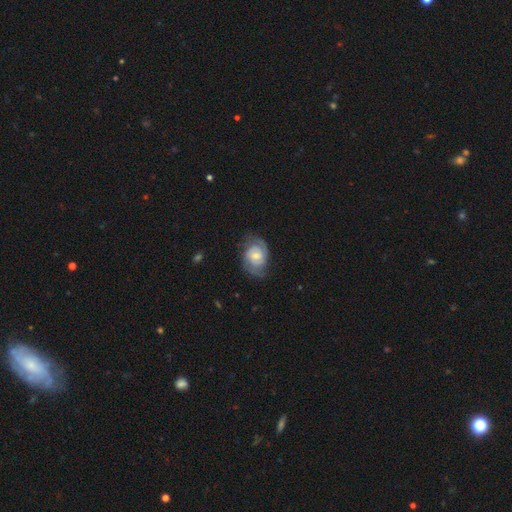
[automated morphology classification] A featured or disk galaxy (75%) with no bar (50%), 2 (76%) tight (50%) spiral arms (91%) and a moderate central bulge (52%). Merging: none (69%).